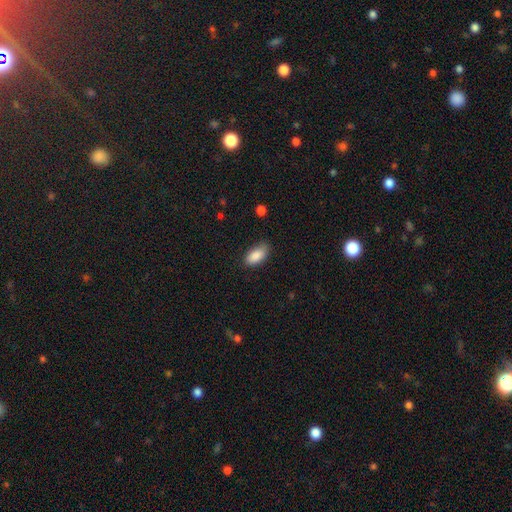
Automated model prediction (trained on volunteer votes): Smooth or featured? smooth (88%)
How rounded? in between (91%)
Merging? none (77%)